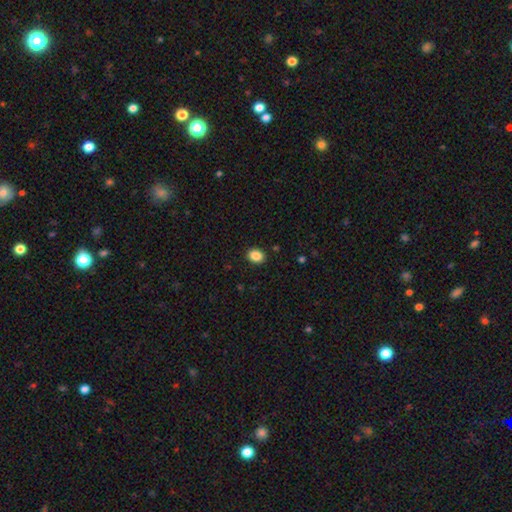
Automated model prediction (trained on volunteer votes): smooth 88%, star or artifact 9%, featured or disk 3%. Down the decision tree: how rounded — in between (57%); merging — none (90%).